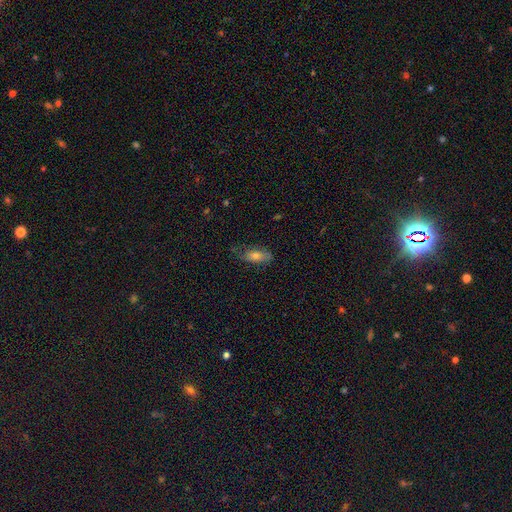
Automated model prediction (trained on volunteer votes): smooth_or_featured: smooth (p=0.57) [alt: featured or disk p=0.33]
how_rounded: in between (p=0.75) [alt: cigar-shaped p=0.20]
merging: none (p=0.71) [alt: minor disturbance p=0.22]